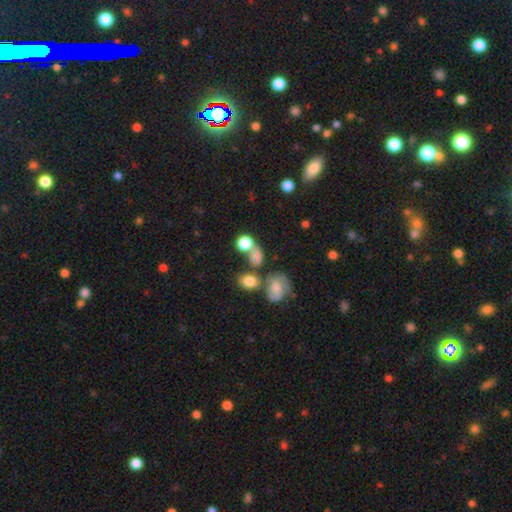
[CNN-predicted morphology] A smooth galaxy with no disk features (69%) that is round (55%). Merging: merger (37%).